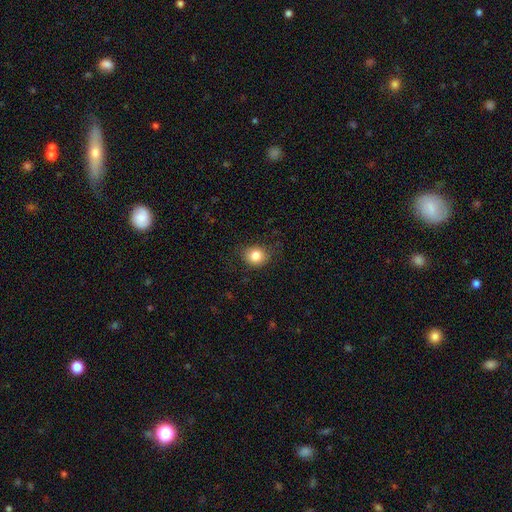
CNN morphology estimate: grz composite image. It shows a smooth galaxy with no disk features (83%) that is round (72%). Merging: none (82%).